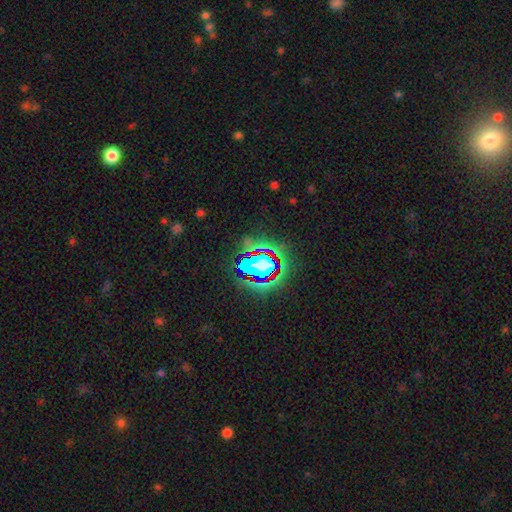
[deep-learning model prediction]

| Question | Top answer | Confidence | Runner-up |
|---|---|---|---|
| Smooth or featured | star or artifact | 79% | smooth (12%) |